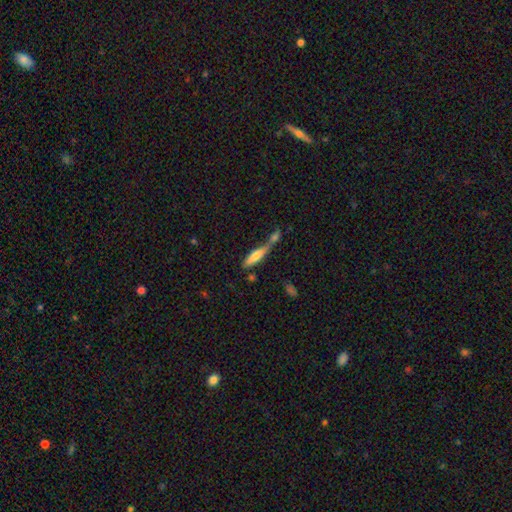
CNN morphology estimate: This is likely a smooth galaxy (65%). How rounded: likely cigar-shaped (71%). Merging: possibly merger (50%).